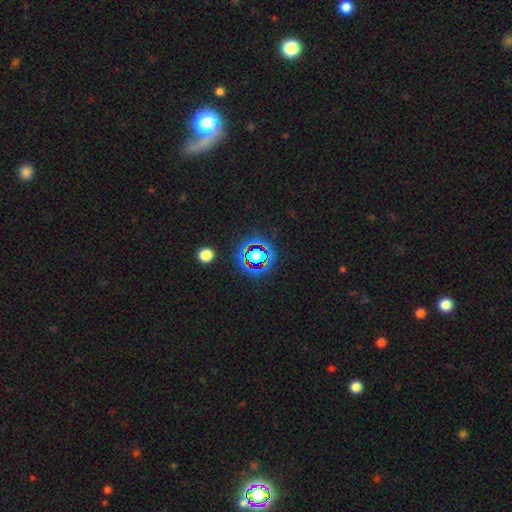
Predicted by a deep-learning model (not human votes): The model was most divided on "smooth or featured": star or artifact: 66%, smooth: 22%, featured or disk: 12%.